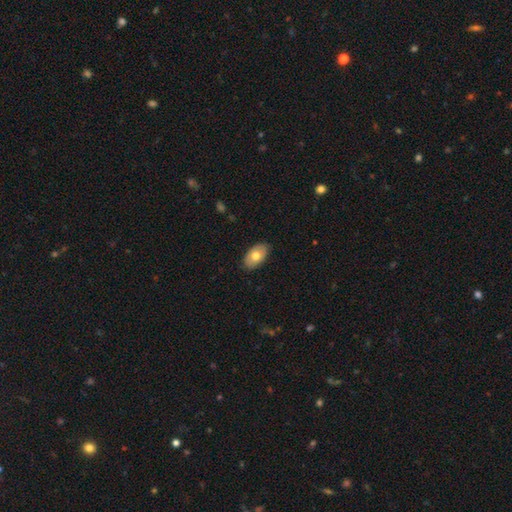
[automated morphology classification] This is likely a smooth galaxy (70%). How rounded: clearly in between (93%). Merging: clearly none (86%).